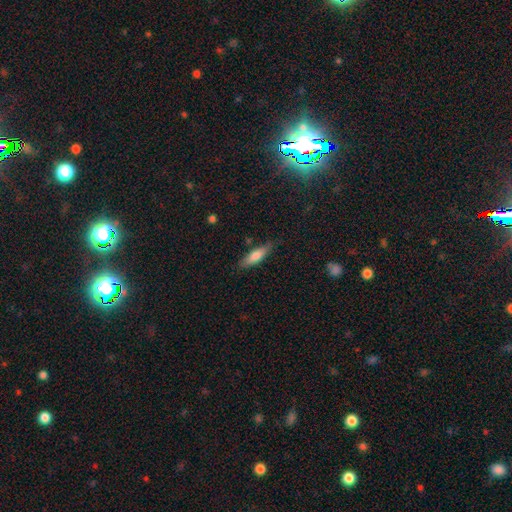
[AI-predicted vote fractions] Smooth or featured: smooth — 70% (featured or disk — 24%)
How rounded: cigar-shaped — 61% (in between — 38%)
Merging: none — 80% (minor disturbance — 15%)